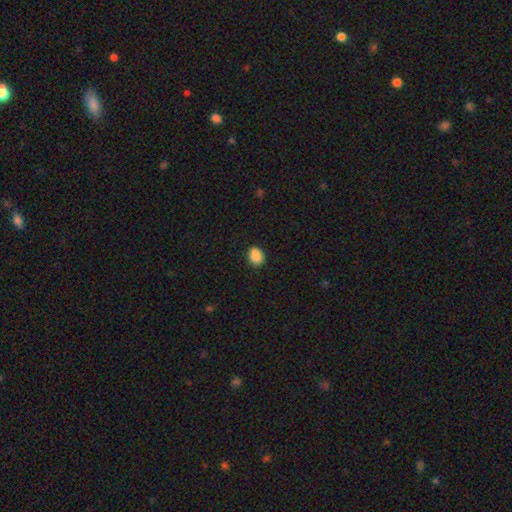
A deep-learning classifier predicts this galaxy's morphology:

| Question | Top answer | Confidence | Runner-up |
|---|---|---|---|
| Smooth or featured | smooth | 88% | star or artifact (9%) |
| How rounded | in between | 61% | round (38%) |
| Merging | none | 85% | minor disturbance (11%) |